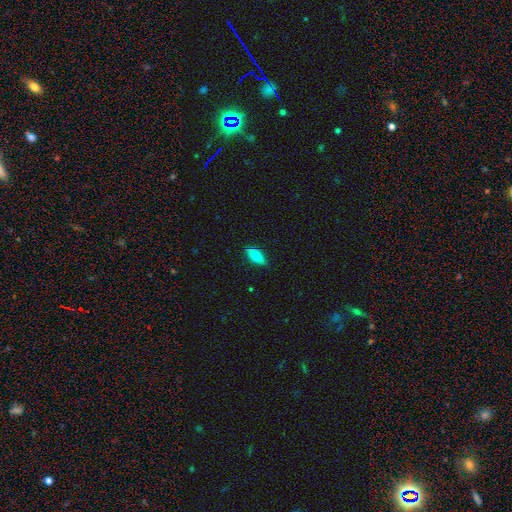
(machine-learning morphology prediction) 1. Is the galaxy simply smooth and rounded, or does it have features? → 73% smooth, 20% featured or disk, 7% star or artifact.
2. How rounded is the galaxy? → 71% in between, 26% cigar-shaped, 3% round.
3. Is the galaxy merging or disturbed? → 87% none, 11% minor disturbance, 2% major disturbance, 1% merger.